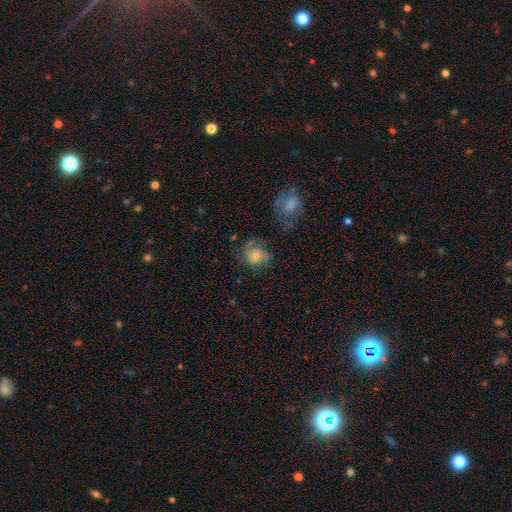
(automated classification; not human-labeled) Q: Smooth or featured?
A: featured or disk (49%); runner-up: smooth (42%)
Q: Merging?
A: none (51%); runner-up: minor disturbance (23%)